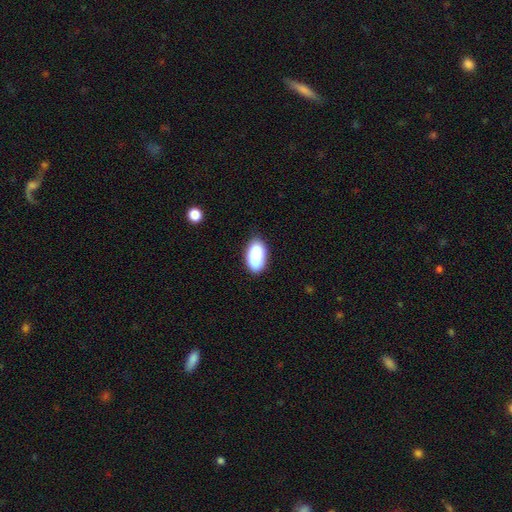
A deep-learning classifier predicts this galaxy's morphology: smooth 89%, star or artifact 7%, featured or disk 5%. Down the decision tree: how rounded — in between (95%); merging — none (84%).